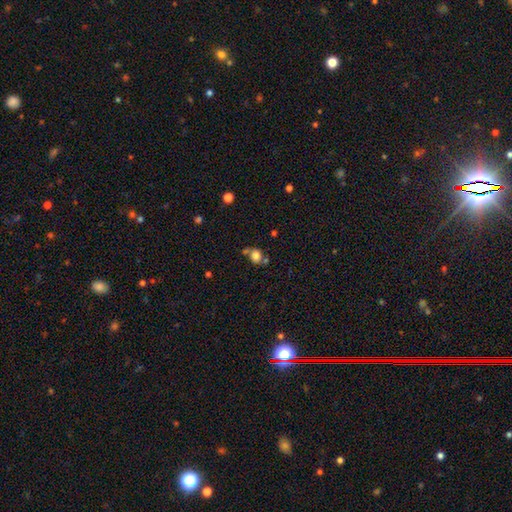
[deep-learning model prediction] Smooth or featured?
  - smooth: 75% *
  - star or artifact: 13%
  - featured or disk: 12%
How rounded?
  - round: 60% *
  - in between: 39%
  - cigar-shaped: 1%
Merging?
  - none: 50% *
  - merger: 24%
  - minor disturbance: 18%
  - major disturbance: 9%